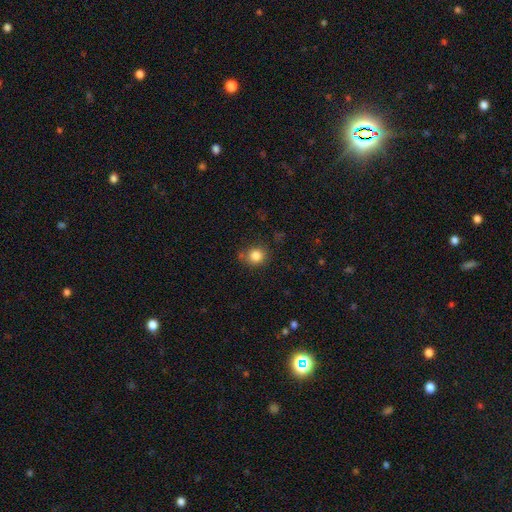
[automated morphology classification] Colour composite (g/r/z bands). It shows a smooth galaxy with no disk features (84%) that is round (83%). Merging: none (74%).